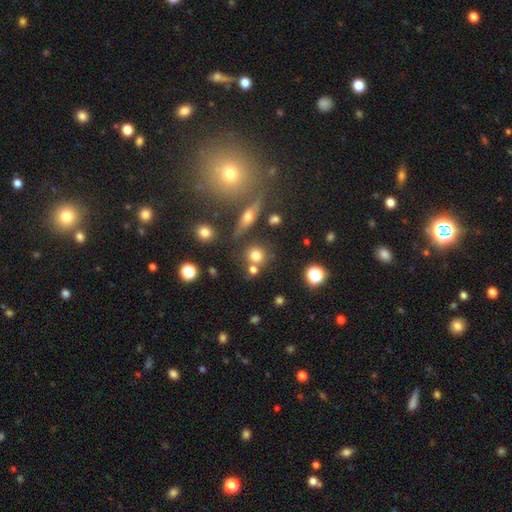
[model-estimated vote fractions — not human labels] Overall: smooth (74%). How rounded: round (85%). Merging: none (65%).